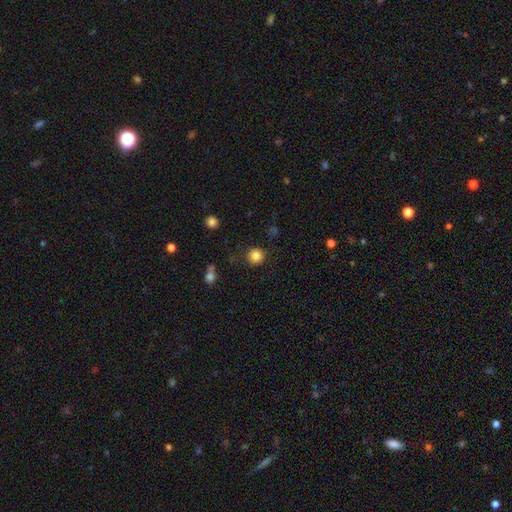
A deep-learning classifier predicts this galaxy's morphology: Smooth or featured? smooth (84%)
How rounded? round (94%)
Merging? none (87%)